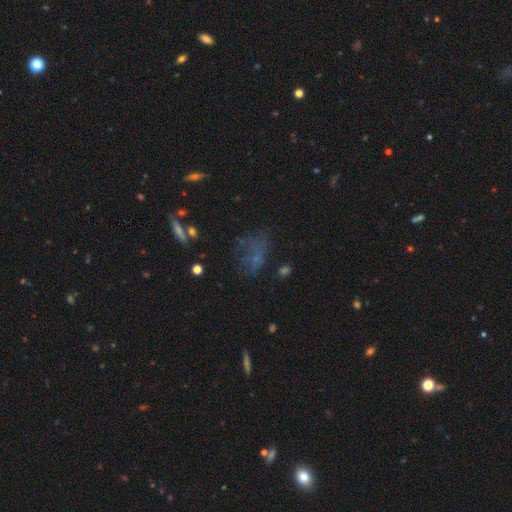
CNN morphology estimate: Smooth or featured: smooth — 45% (star or artifact — 28%)
Merging: none — 42% (major disturbance — 30%)